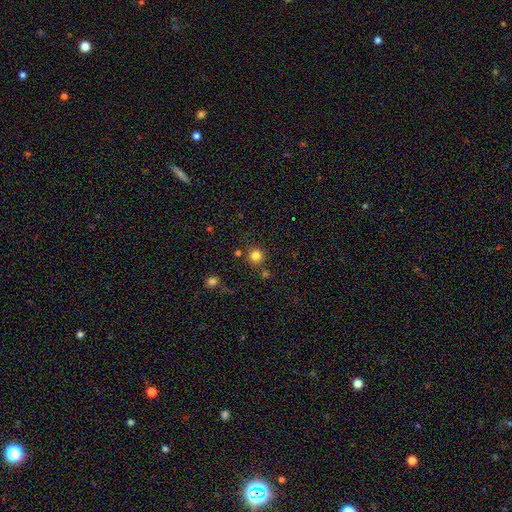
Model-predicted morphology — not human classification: type=smooth (81%); roundness=round (93%); merging=none (79%).